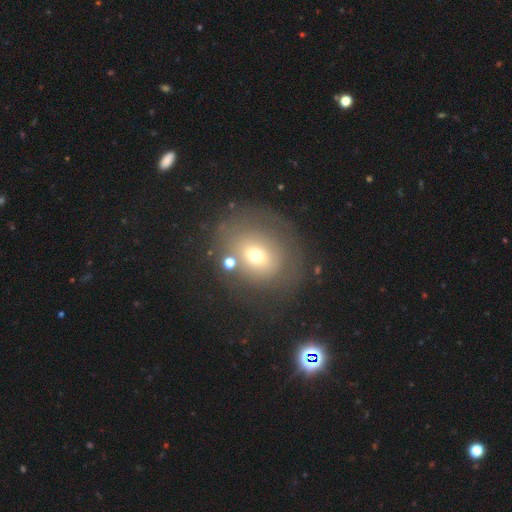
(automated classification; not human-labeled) A smooth galaxy with no disk features (54%) that is round (71%). Merging: none (60%).